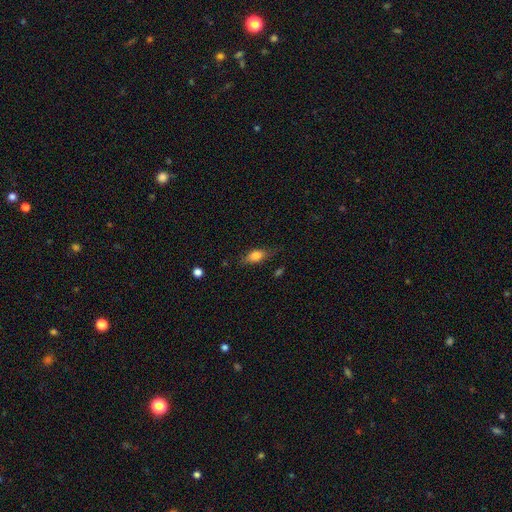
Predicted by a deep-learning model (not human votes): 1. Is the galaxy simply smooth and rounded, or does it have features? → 74% smooth, 18% featured or disk, 8% star or artifact.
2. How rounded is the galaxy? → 78% in between, 16% cigar-shaped, 7% round.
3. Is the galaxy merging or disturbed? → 72% none, 21% minor disturbance, 5% major disturbance, 2% merger.